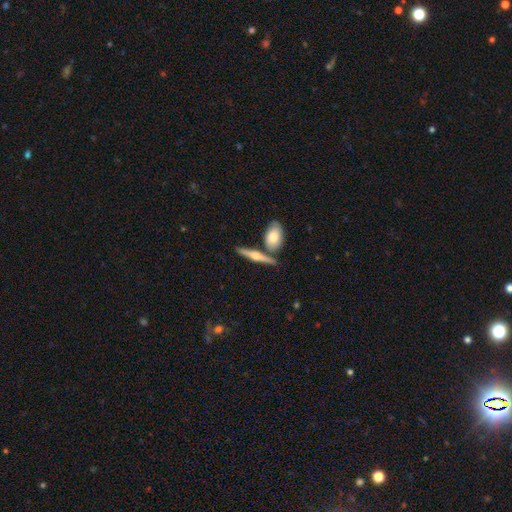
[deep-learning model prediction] Q: Smooth or featured?
A: featured or disk (59%); runner-up: smooth (35%)
Q: Edge-on disk?
A: yes (94%); runner-up: no (6%)
Q: Edge-on bulge?
A: rounded (90%); runner-up: boxy (5%)
Q: Merging?
A: none (72%); runner-up: merger (16%)